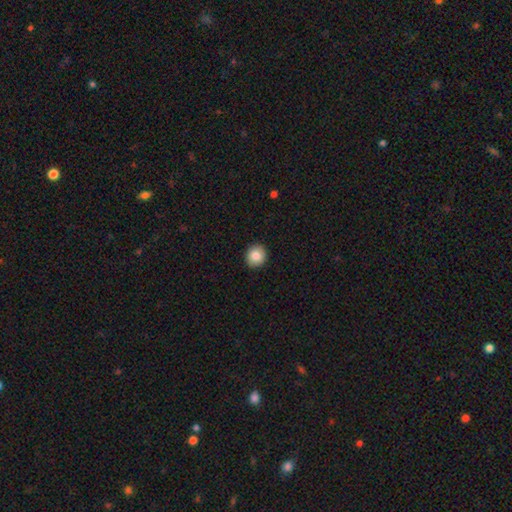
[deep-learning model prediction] Q: Smooth or featured?
A: smooth (85%); runner-up: star or artifact (8%)
Q: How rounded?
A: round (90%); runner-up: in between (9%)
Q: Merging?
A: none (93%); runner-up: minor disturbance (5%)